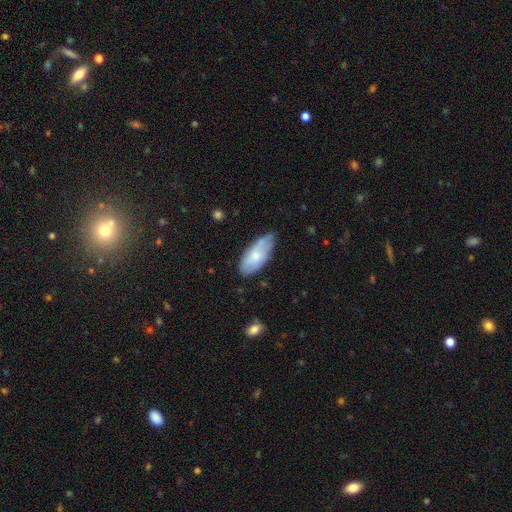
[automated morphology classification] The model was most divided on "merging": none: 64%, minor disturbance: 29%, major disturbance: 5%, merger: 2%. More confident: how rounded — in between (86%); smooth or featured — smooth (67%).